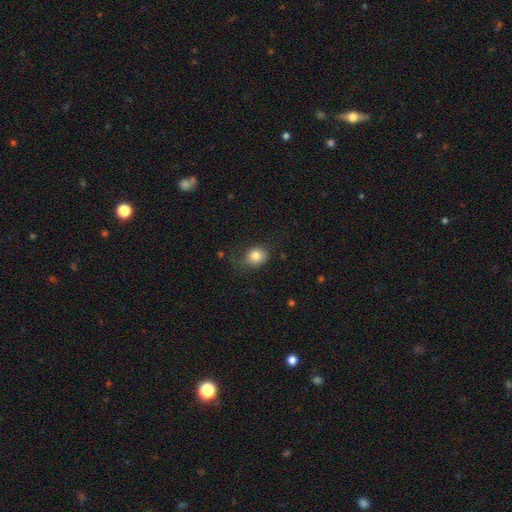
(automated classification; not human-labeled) smooth 82%, star or artifact 10%, featured or disk 8%. Down the decision tree: how rounded — round (62%); merging — none (63%).